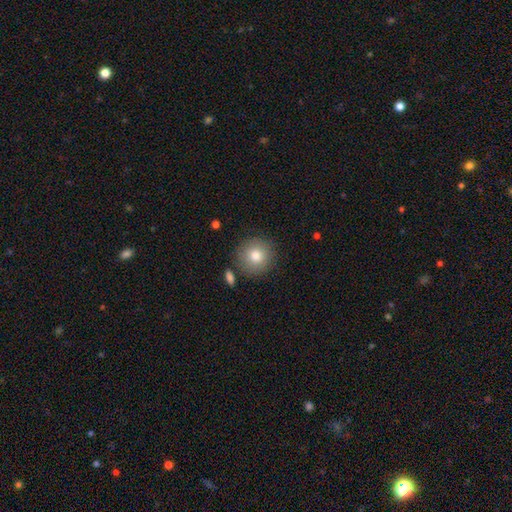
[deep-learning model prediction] Overall: smooth (81%). How rounded: round (94%). Merging: none (85%).